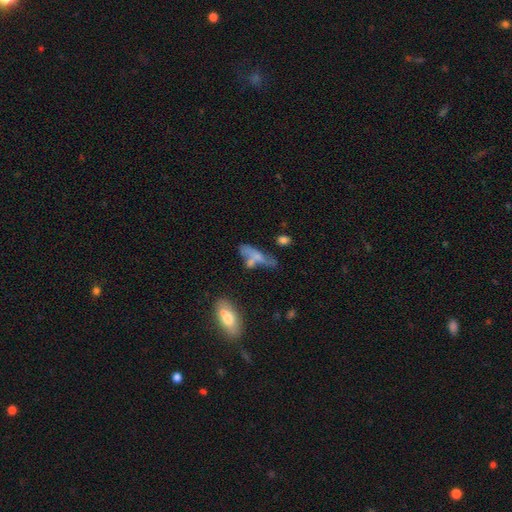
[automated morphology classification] The model was most divided on "how rounded": in between: 51%, cigar-shaped: 45%, round: 4%. Remaining: smooth or featured — smooth (55%); merging — none (37%).